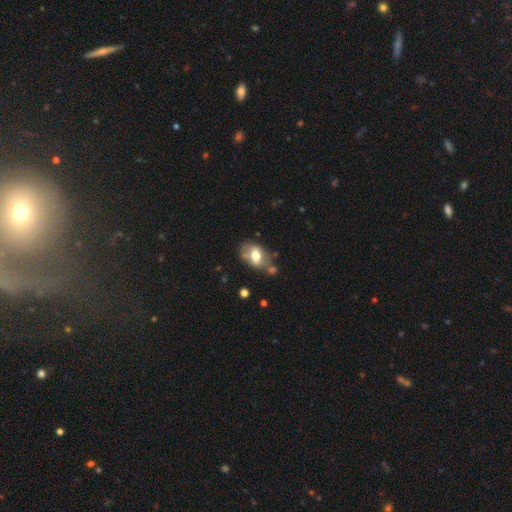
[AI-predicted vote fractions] A smooth galaxy with no disk features (59%) that is in between round and cigar-shaped (86%). Merging: none (50%).